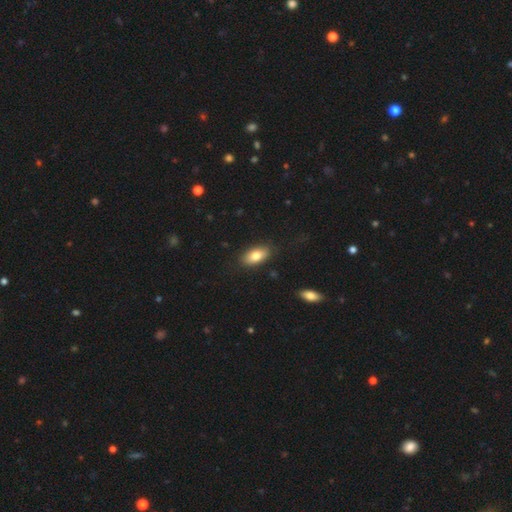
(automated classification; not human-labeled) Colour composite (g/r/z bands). It shows a smooth galaxy with no disk features (81%) that is in between round and cigar-shaped (90%). Merging: none (85%).